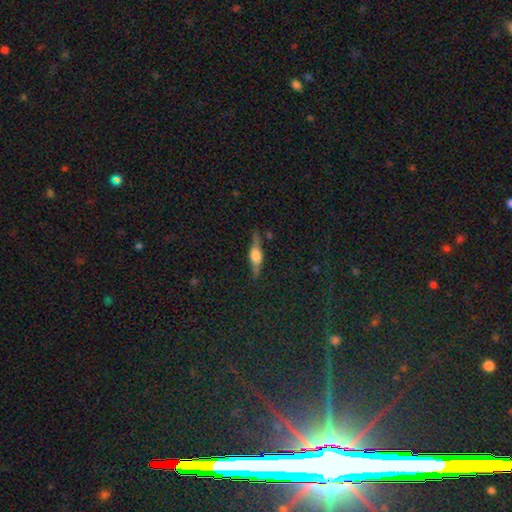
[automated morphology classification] featured or disk 63%, smooth 29%, star or artifact 8%. Down the decision tree: edge-on disk — yes (95%); edge-on bulge — rounded (88%); merging — none (84%).